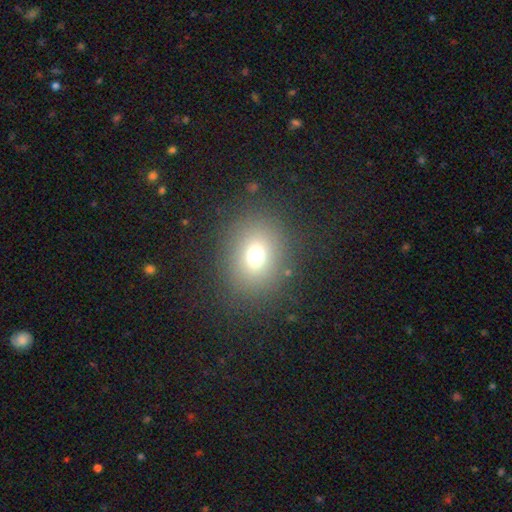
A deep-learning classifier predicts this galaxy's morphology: smooth-or-featured: smooth: 69% | star or artifact: 19% | featured or disk: 12%
  how-rounded: round: 67% | in between: 32% | cigar-shaped: 1%
  merging: none: 84% | minor disturbance: 8% | major disturbance: 6% | merger: 2%